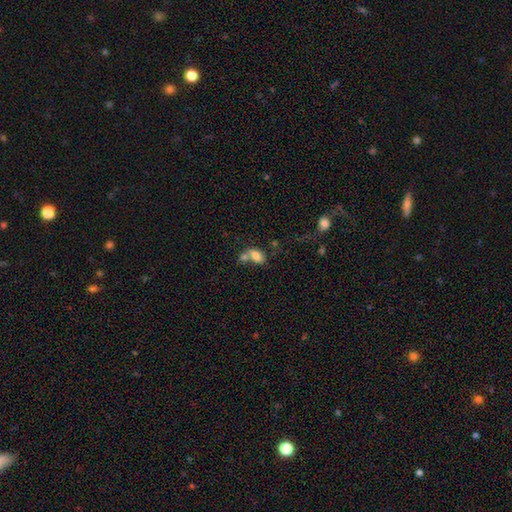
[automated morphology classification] smooth_or_featured: smooth (p=0.77) [alt: featured or disk p=0.13]
how_rounded: in between (p=0.85) [alt: round p=0.12]
merging: merger (p=0.54) [alt: none p=0.29]